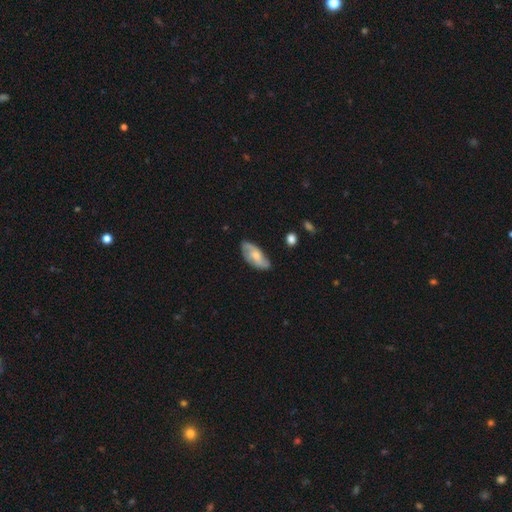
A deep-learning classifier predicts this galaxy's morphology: Smooth or featured? featured or disk (57%)
Edge-on disk? no (91%)
Bar? no (66%)
Spiral arms? yes (86%)
Bulge size? moderate (50%)
Merging? none (73%)